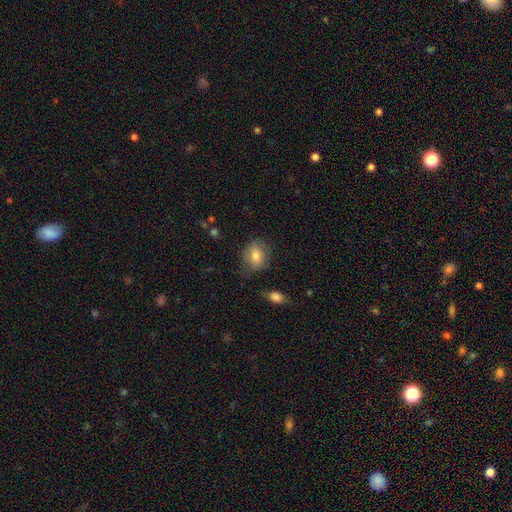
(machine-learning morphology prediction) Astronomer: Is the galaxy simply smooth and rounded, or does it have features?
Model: smooth — 73%.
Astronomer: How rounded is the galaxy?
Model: round — 50% (runner-up: in between, 49%).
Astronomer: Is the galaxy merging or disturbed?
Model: none — 67%.